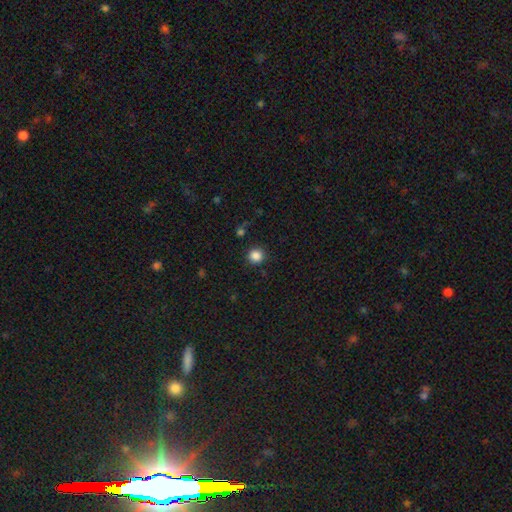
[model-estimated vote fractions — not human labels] Smooth or featured? smooth (85%)
How rounded? round (94%)
Merging? none (89%)